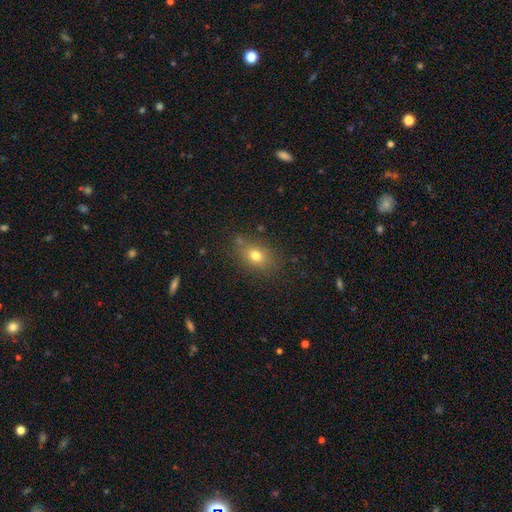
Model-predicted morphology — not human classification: This is likely a smooth galaxy (75%). How rounded: likely in between (66%). Merging: likely none (77%).